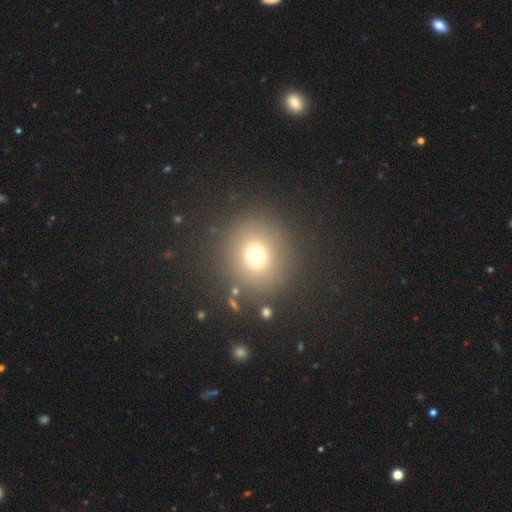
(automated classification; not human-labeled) A smooth galaxy with no disk features (71%) that is round (92%).

Vote fractions:
- Smooth or featured? smooth: 71% / star or artifact: 19% / featured or disk: 10%
- How rounded? round: 92% / in between: 7% / cigar-shaped: 1%
- Merging? none: 86% / minor disturbance: 7% / major disturbance: 4% / merger: 3%